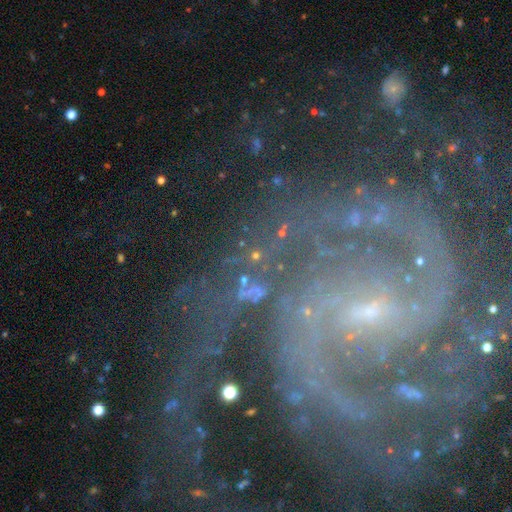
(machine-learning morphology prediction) This appears to be a star or artifact, not a galaxy (57%).